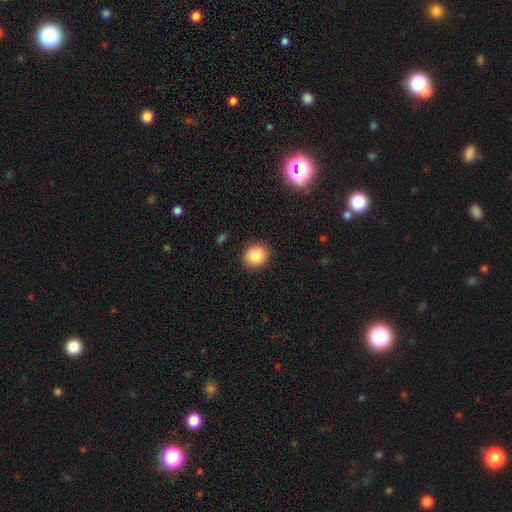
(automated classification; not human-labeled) Smooth or featured? Predicted: smooth (p=0.84). How rounded? Predicted: round (p=0.80). Merging? Predicted: none (p=0.89).